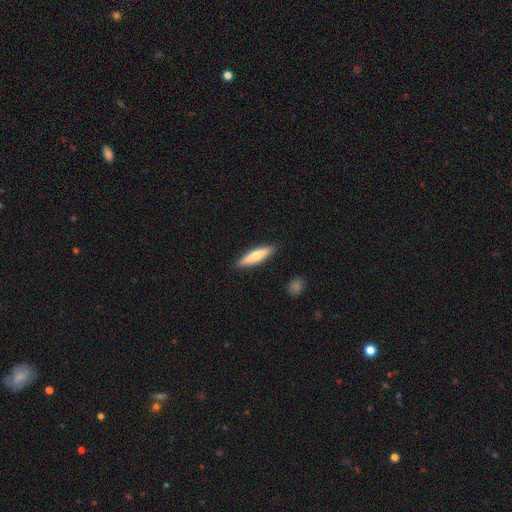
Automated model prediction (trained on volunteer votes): A smooth galaxy with no disk features (58%) that is cigar-shaped (80%). Merging: none (90%).